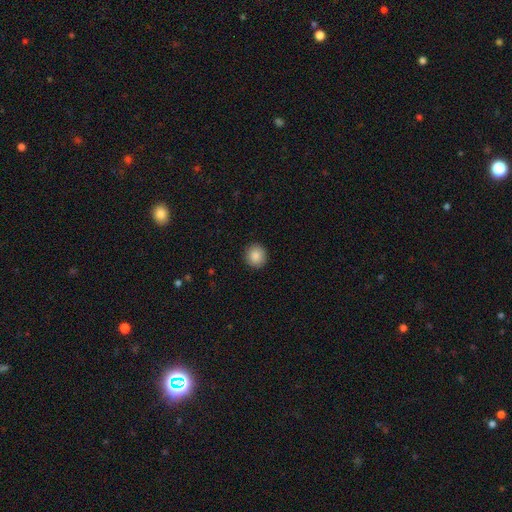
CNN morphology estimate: Smooth or featured: smooth — 88% (star or artifact — 8%)
How rounded: round — 93% (in between — 6%)
Merging: none — 92% (minor disturbance — 6%)